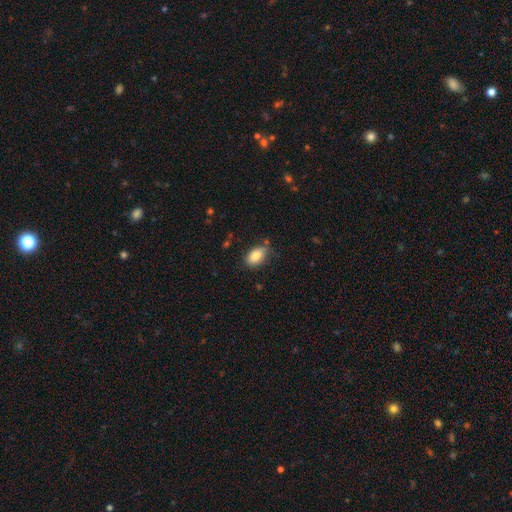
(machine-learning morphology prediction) This is clearly a smooth galaxy (84%). How rounded: clearly in between (91%). Merging: likely none (72%).